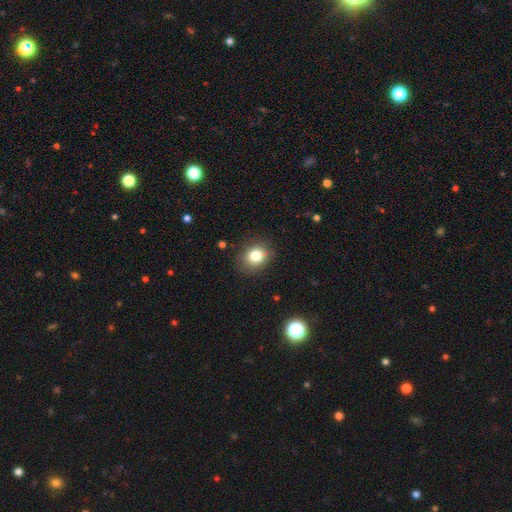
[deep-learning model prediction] The model was most divided on "how rounded": round: 61%, in between: 38%, cigar-shaped: 1%. More confident: merging — none (84%); smooth or featured — smooth (80%).